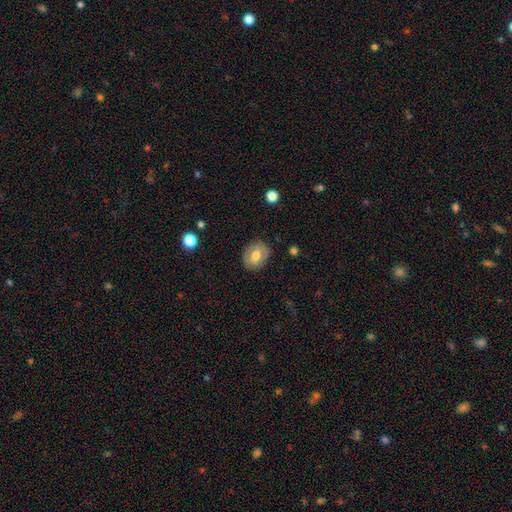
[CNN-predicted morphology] type=smooth (59%); roundness=in between (55%); merging=none (81%).